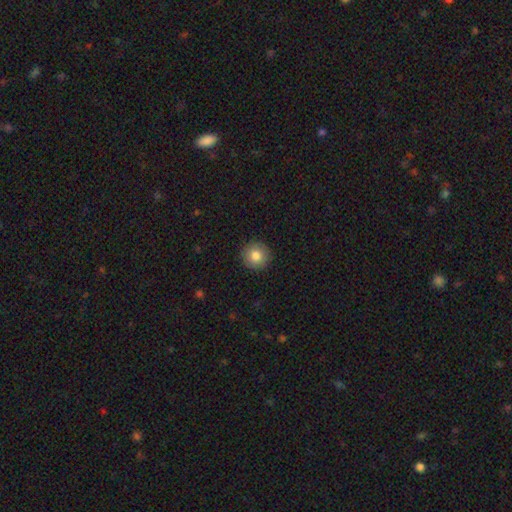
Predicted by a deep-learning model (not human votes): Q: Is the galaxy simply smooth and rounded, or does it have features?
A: smooth — 82%.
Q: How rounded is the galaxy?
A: round — 95%.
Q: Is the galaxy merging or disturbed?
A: none — 92%.